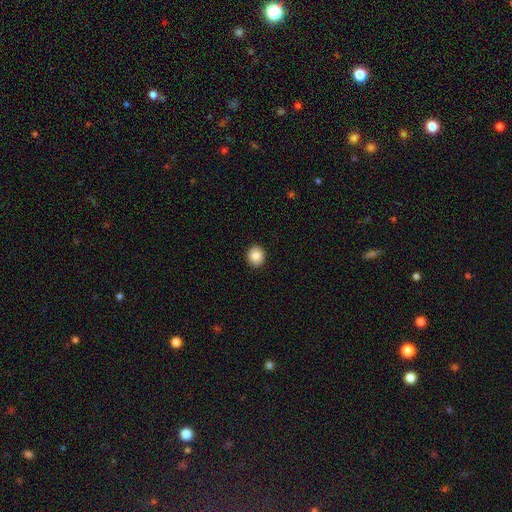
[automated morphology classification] smooth 86%, star or artifact 8%, featured or disk 6%. Down the decision tree: how rounded — round (79%); merging — none (92%).